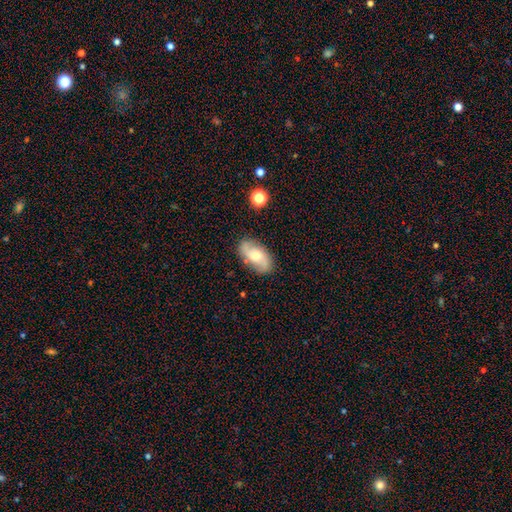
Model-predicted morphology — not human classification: Smooth or featured? Predicted: featured or disk (p=0.58). Edge-on disk? Predicted: no (p=0.94). Bar? Predicted: no (p=0.63). Spiral arms? Predicted: yes (p=0.87). Bulge size? Predicted: moderate (p=0.59). Merging? Predicted: none (p=0.81).